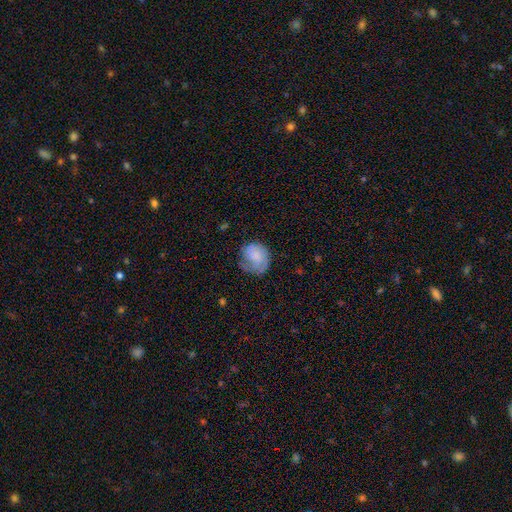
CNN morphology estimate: Overall: smooth (47%; featured or disk 45%). Merging: none (56%; minor disturbance 26%).